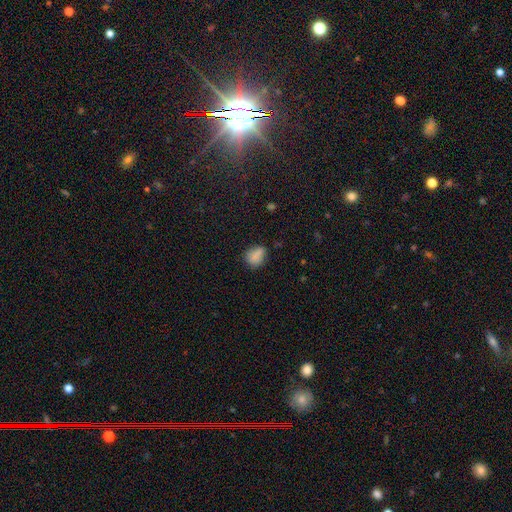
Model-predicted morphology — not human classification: This is clearly a smooth galaxy (82%). How rounded: possibly in between (57%). Merging: likely none (61%).